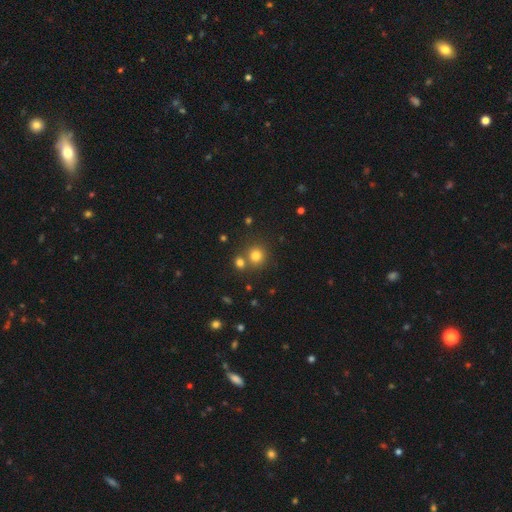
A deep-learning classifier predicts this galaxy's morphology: This appears to be a smooth galaxy with no disk features (78%) that is round (90%). Merging: none (67%).